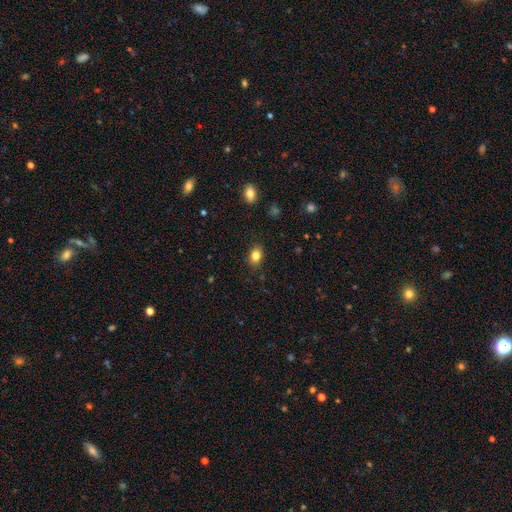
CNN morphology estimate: This appears to be a smooth galaxy with no disk features (83%) that is in between round and cigar-shaped (71%). Merging: none (87%).